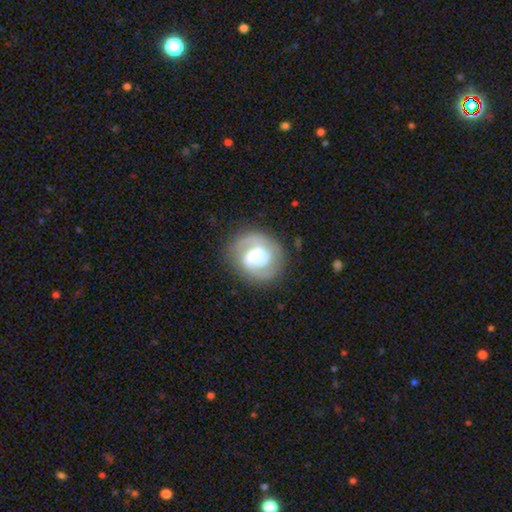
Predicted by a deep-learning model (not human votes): smooth_or_featured: featured or disk (p=0.74) [alt: smooth p=0.20]
disk_edge_on: no (p=0.98) [alt: yes p=0.02]
bar: weak (p=0.45) [alt: no p=0.30]
has_spiral_arms: yes (p=0.86) [alt: no p=0.14]
spiral_winding: tight (p=0.48) [alt: medium p=0.39]
spiral_arm_count: 2 (p=0.70) [alt: 1 p=0.13]
bulge_size: moderate (p=0.39) [alt: large p=0.30]
merging: none (p=0.75) [alt: minor disturbance p=0.16]